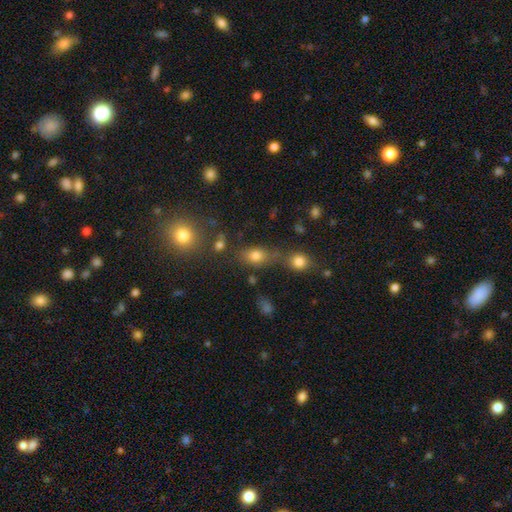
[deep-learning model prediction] smooth_or_featured: smooth (p=0.76) [alt: star or artifact p=0.15]
how_rounded: in between (p=0.68) [alt: round p=0.29]
merging: none (p=0.54) [alt: merger p=0.23]